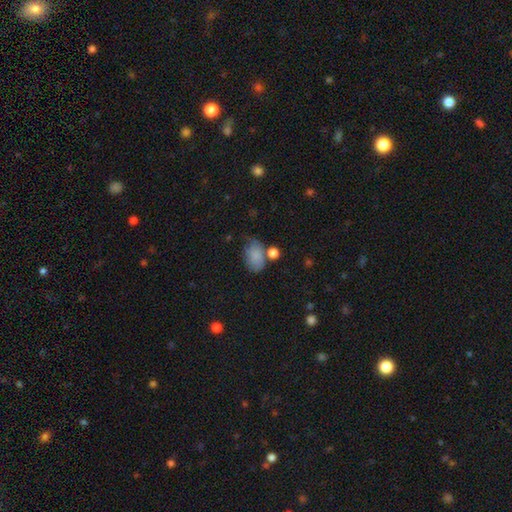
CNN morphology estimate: Q: Smooth or featured?
A: smooth (81%); runner-up: featured or disk (10%)
Q: How rounded?
A: in between (83%); runner-up: round (16%)
Q: Merging?
A: none (48%); runner-up: minor disturbance (27%)